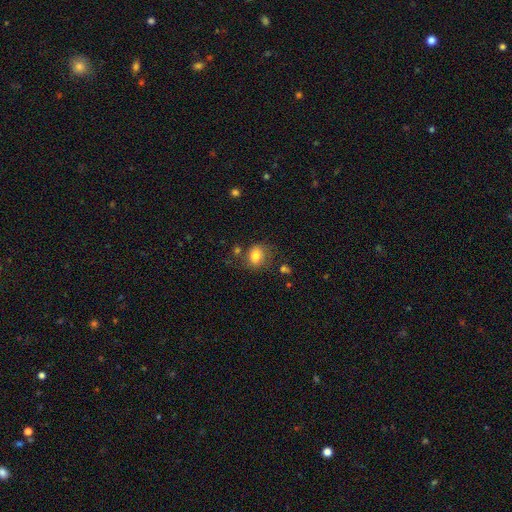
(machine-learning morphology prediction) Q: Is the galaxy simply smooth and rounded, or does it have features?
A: smooth — 79%.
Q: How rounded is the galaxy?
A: round — 52%.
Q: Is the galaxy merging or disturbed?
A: none — 68%.